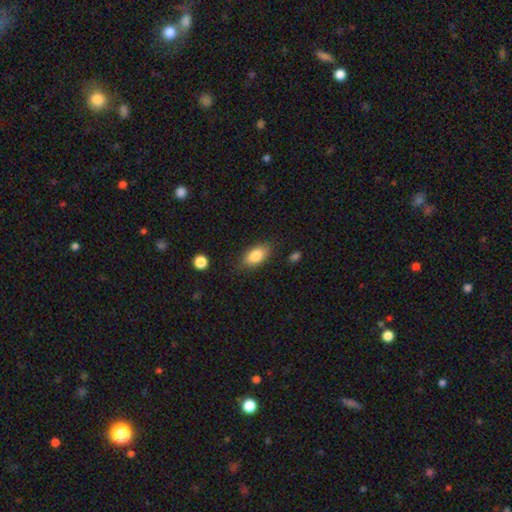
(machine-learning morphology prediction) type=smooth (82%); roundness=in between (87%); merging=none (82%).